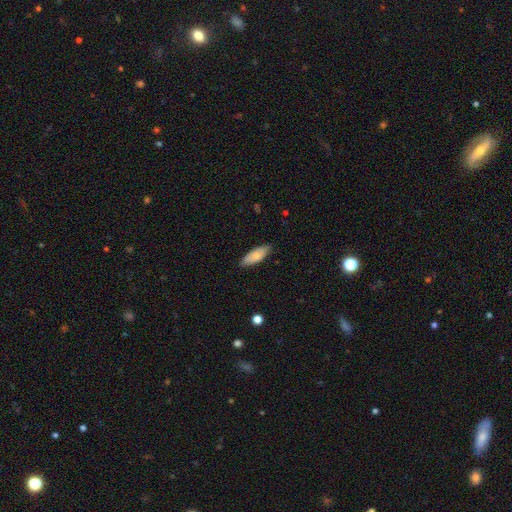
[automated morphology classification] The model was most divided on "how rounded": in between: 72%, cigar-shaped: 26%, round: 2%. More confident: merging — none (82%); smooth or featured — smooth (77%).